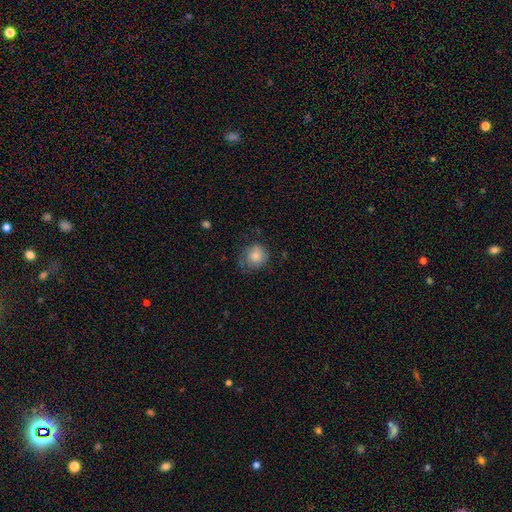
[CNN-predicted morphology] smooth-or-featured: smooth: 78% | featured or disk: 14% | star or artifact: 8%
  how-rounded: round: 79% | in between: 20% | cigar-shaped: 1%
  merging: none: 58% | minor disturbance: 27% | major disturbance: 13% | merger: 1%